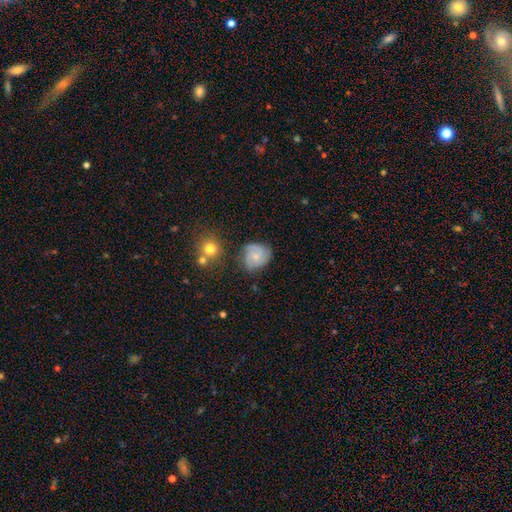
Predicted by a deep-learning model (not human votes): Overall: featured or disk (57%; smooth 35%). Edge-on disk: no (98%). Bar: no (76%). Spiral arms: yes (90%). Bulge size: small (62%; moderate 29%). Merging: none (65%).